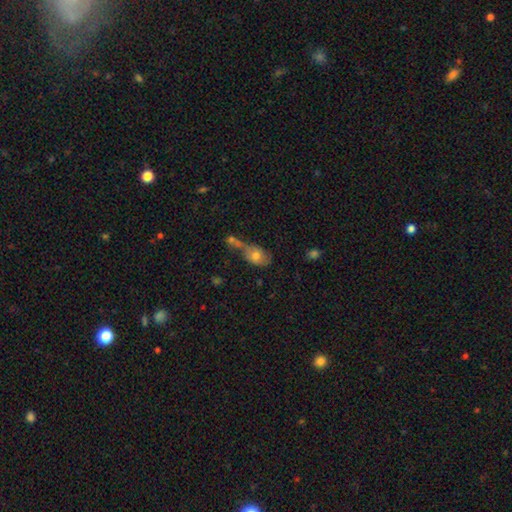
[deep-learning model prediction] A smooth galaxy with no disk features (58%) that is in between round and cigar-shaped (68%).

Vote fractions:
- Smooth or featured? smooth: 58% / featured or disk: 30% / star or artifact: 11%
- How rounded? in between: 68% / round: 28% / cigar-shaped: 5%
- Merging? merger: 43% / none: 27% / major disturbance: 15% / minor disturbance: 14%